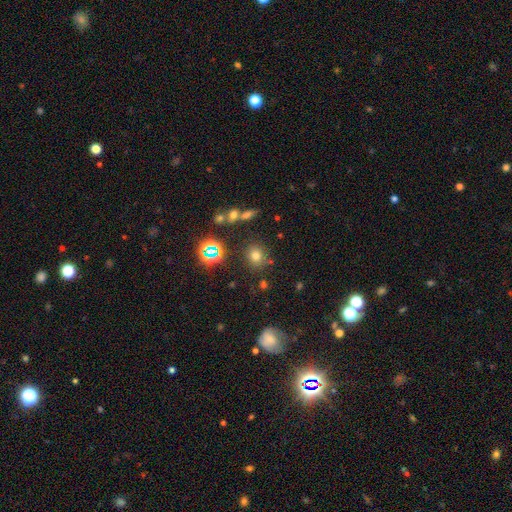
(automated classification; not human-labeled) Overall: smooth (66%). How rounded: round (77%). Merging: none (80%).